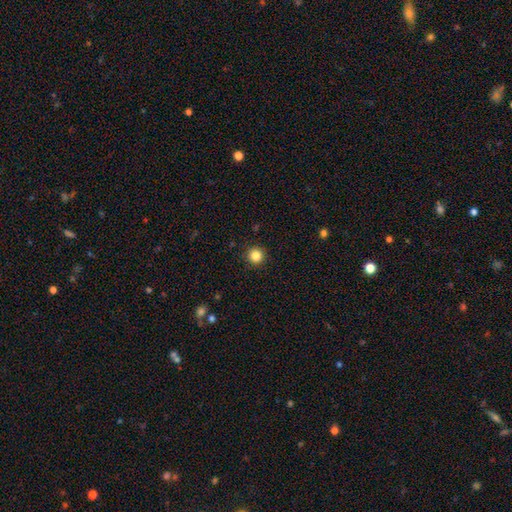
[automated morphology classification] Smooth or featured? smooth (85%)
How rounded? round (96%)
Merging? none (93%)